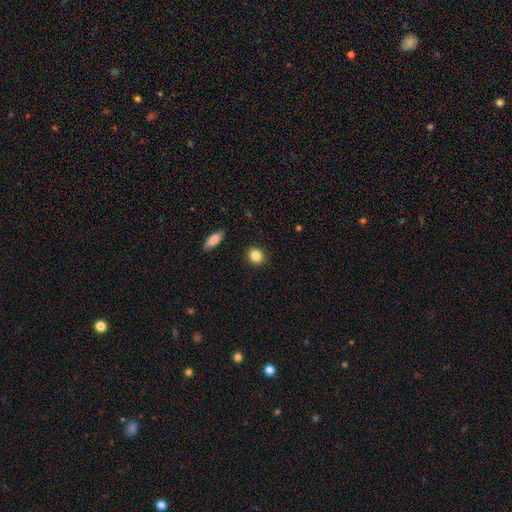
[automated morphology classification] Smooth or featured? Predicted: smooth (p=0.85). How rounded? Predicted: round (p=0.74). Merging? Predicted: none (p=0.90).